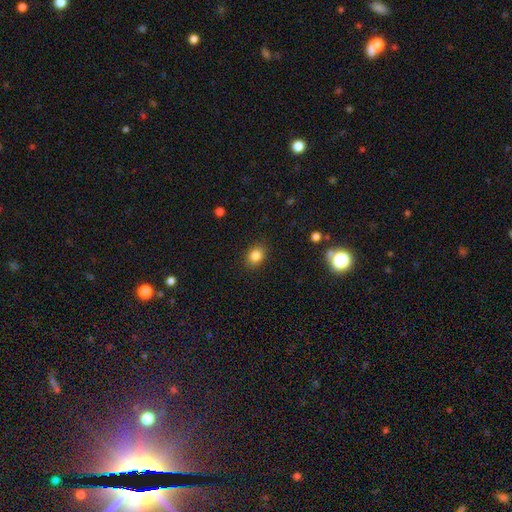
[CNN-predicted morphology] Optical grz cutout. It shows a smooth galaxy with no disk features (84%) that is in between round and cigar-shaped (52%). Merging: none (88%).